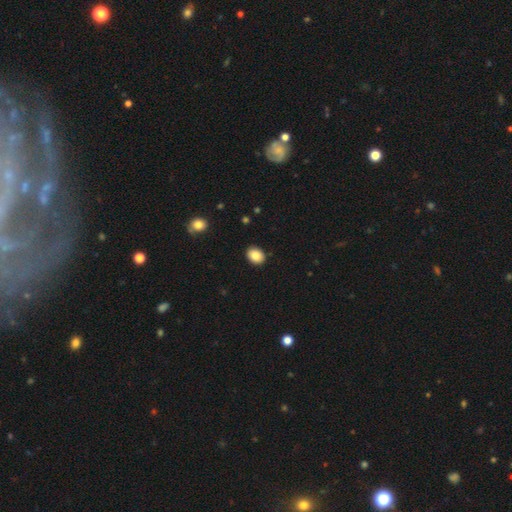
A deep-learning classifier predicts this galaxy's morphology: This is clearly a smooth galaxy (86%). How rounded: possibly in between (56%). Merging: clearly none (90%).